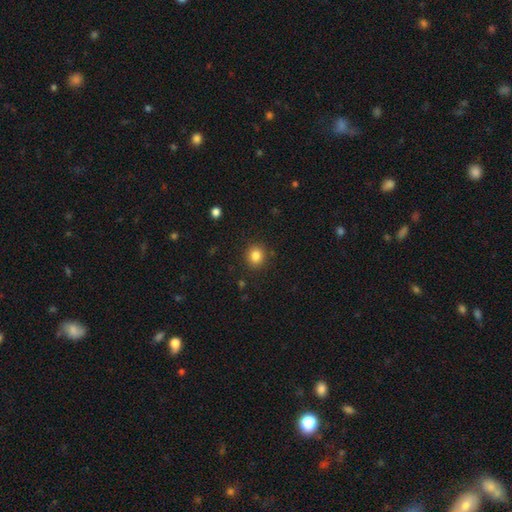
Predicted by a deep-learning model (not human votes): Smooth or featured: smooth — 84% (star or artifact — 11%)
How rounded: round — 84% (in between — 15%)
Merging: none — 89% (minor disturbance — 7%)